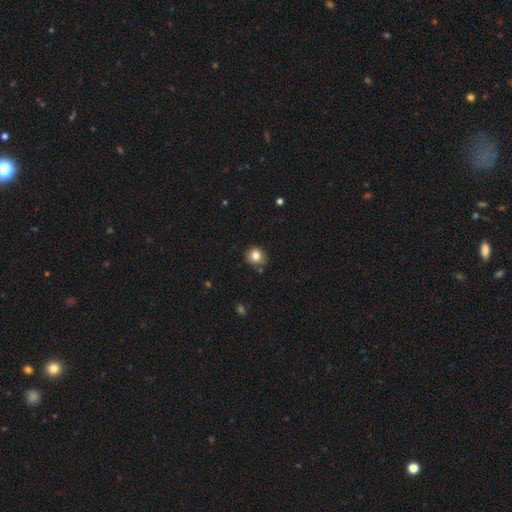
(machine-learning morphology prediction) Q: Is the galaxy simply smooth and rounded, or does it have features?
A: smooth — 82%.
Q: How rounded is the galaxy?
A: round — 87%.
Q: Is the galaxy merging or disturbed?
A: none — 80%.